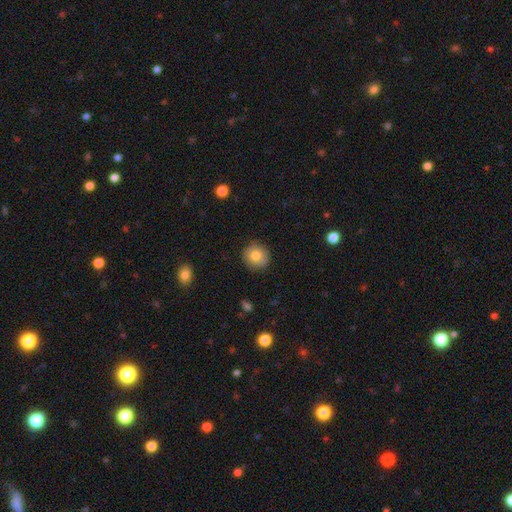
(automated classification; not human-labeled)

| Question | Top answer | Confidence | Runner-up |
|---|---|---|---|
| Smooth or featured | smooth | 79% | featured or disk (12%) |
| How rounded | round | 90% | in between (9%) |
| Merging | none | 86% | minor disturbance (10%) |